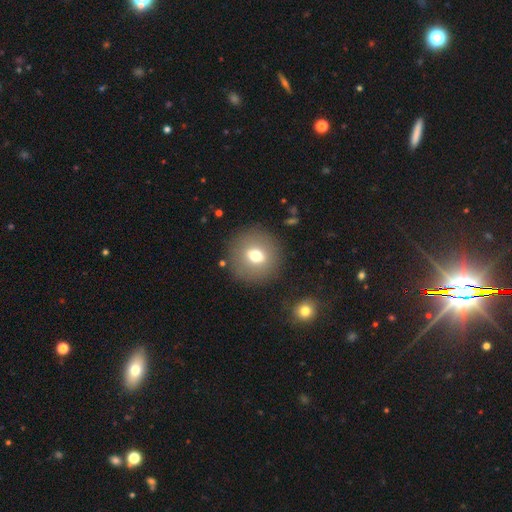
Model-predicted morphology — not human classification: This is likely a smooth galaxy (66%). How rounded: clearly round (87%). Merging: clearly none (86%).